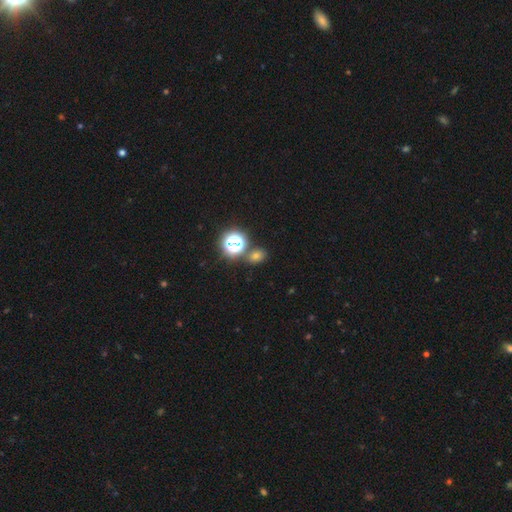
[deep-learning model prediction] This appears to be a smooth galaxy with no disk features (54%) that is round (60%). Merging: none (77%).